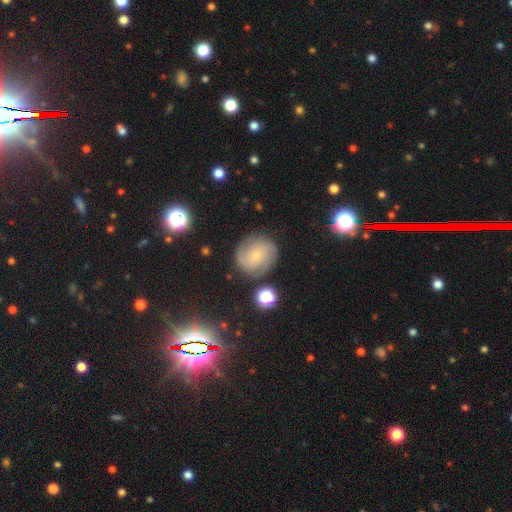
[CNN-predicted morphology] smooth_or_featured: featured or disk (p=0.68) [alt: smooth p=0.22]
disk_edge_on: no (p=0.98) [alt: yes p=0.02]
bar: no (p=0.68) [alt: weak p=0.27]
has_spiral_arms: yes (p=0.91) [alt: no p=0.09]
spiral_winding: tight (p=0.55) [alt: medium p=0.34]
spiral_arm_count: 2 (p=0.36) [alt: can't tell p=0.27]
bulge_size: small (p=0.78) [alt: moderate p=0.18]
merging: none (p=0.81) [alt: minor disturbance p=0.12]